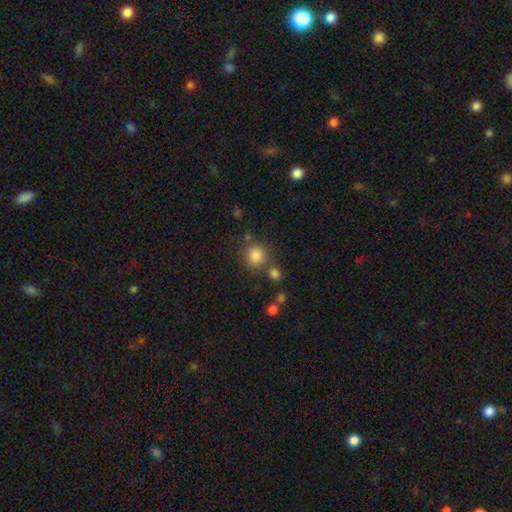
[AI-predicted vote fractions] This is clearly a smooth galaxy (83%). How rounded: clearly round (90%). Merging: likely none (72%).